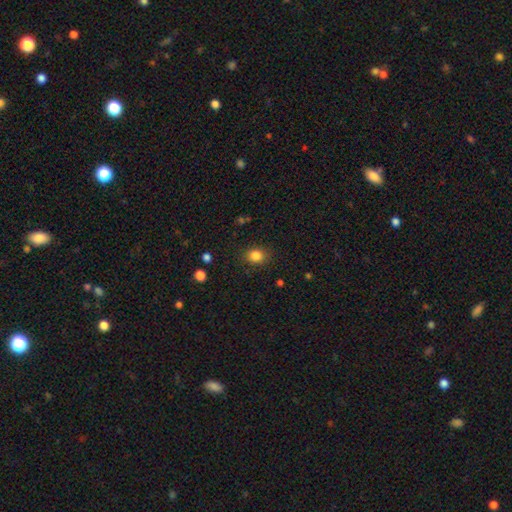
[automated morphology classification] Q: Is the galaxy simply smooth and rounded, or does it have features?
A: smooth — 84%.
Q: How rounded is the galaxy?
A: round — 60%.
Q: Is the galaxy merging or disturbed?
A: none — 86%.